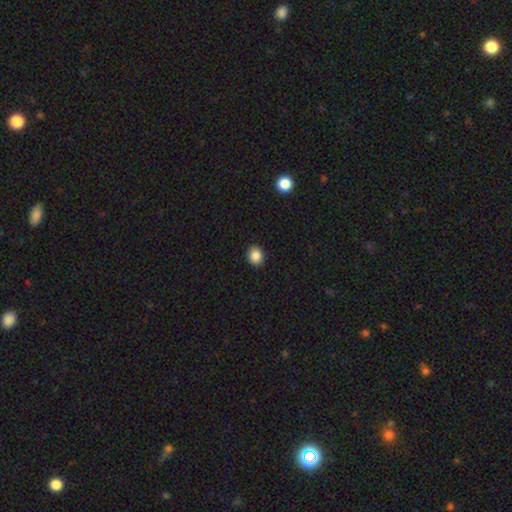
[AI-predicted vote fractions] Morphology: type=smooth (86%); roundness=round (64%); merging=none (92%).